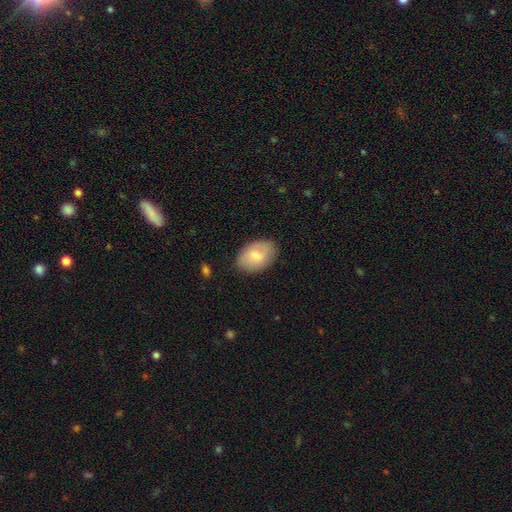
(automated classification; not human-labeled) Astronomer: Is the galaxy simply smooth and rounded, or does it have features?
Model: smooth — 74%.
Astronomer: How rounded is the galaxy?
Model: in between — 88%.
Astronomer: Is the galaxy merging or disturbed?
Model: none — 80%.